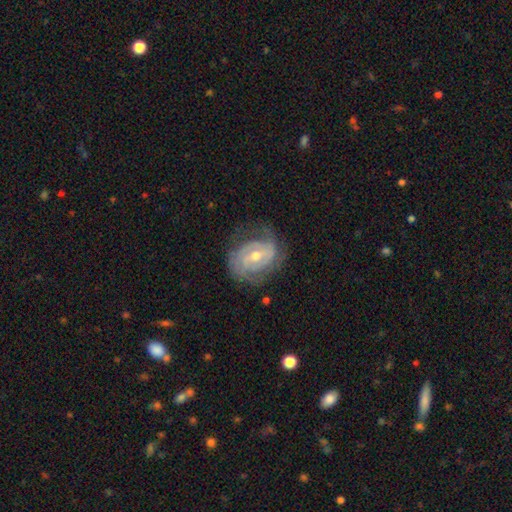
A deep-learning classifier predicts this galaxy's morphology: Q: Smooth or featured?
A: featured or disk (84%); runner-up: smooth (10%)
Q: Edge-on disk?
A: no (97%); runner-up: yes (3%)
Q: Bar?
A: weak (47%); runner-up: no (36%)
Q: Spiral arms?
A: yes (93%); runner-up: no (7%)
Q: Spiral winding?
A: tight (58%); runner-up: medium (33%)
Q: Spiral arm count?
A: 2 (47%); runner-up: can't tell (26%)
Q: Bulge size?
A: moderate (56%); runner-up: small (40%)
Q: Merging?
A: none (66%); runner-up: minor disturbance (22%)